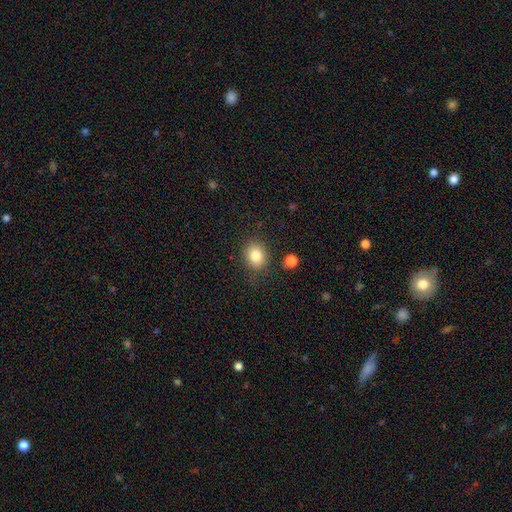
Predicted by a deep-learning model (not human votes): This is clearly a smooth galaxy (83%). How rounded: likely round (62%). Merging: clearly none (82%).